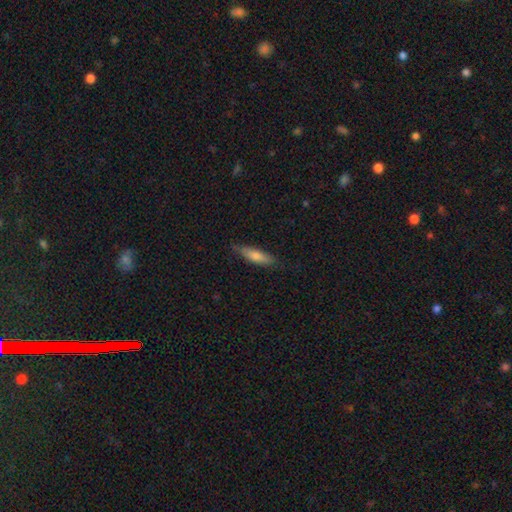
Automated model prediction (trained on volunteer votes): Smooth or featured: smooth — 70% (featured or disk — 24%)
How rounded: cigar-shaped — 68% (in between — 30%)
Merging: none — 80% (minor disturbance — 16%)